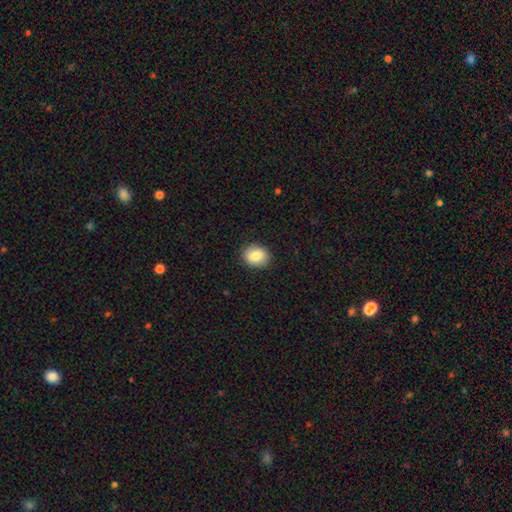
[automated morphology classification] This appears to be a smooth galaxy with no disk features (85%) that is round (57%). Merging: none (89%).